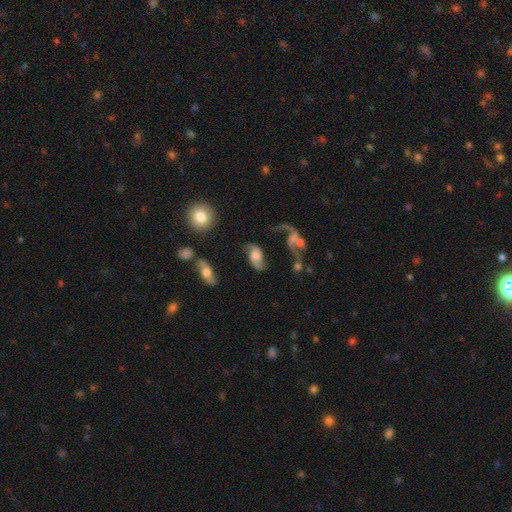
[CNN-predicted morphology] Overall: featured or disk (66%). Edge-on disk: no (94%). Bar: no (61%; weak 32%). Spiral arms: yes (87%). Spiral arm count: 2 (84%). Spiral winding: loose (71%). Bulge size: moderate (33%; large 29%). Merging: none (51%; minor disturbance 21%).